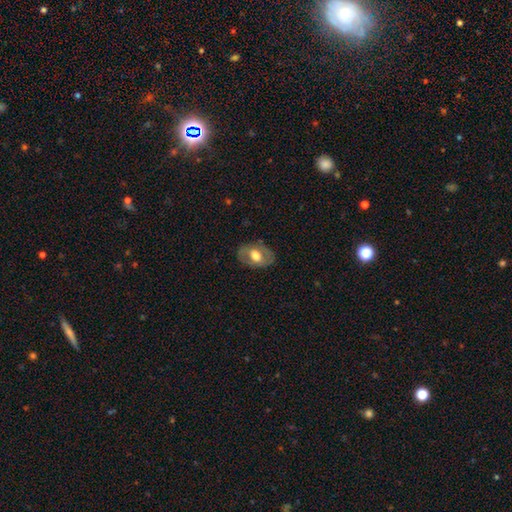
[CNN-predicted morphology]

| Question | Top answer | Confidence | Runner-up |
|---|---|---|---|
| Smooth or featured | smooth | 48% | featured or disk (45%) |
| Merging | none | 77% | minor disturbance (16%) |